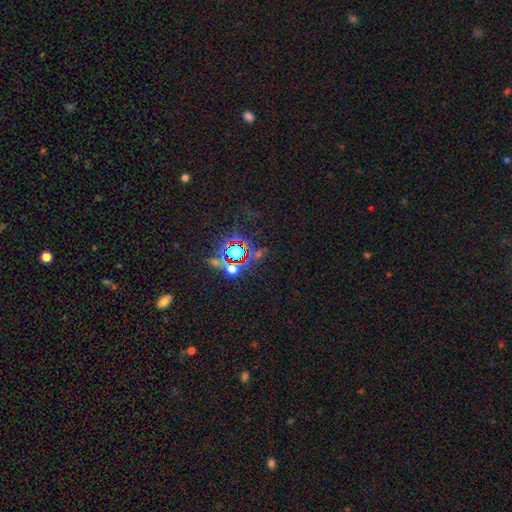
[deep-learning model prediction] Smooth or featured: star or artifact — 79% (smooth — 12%)